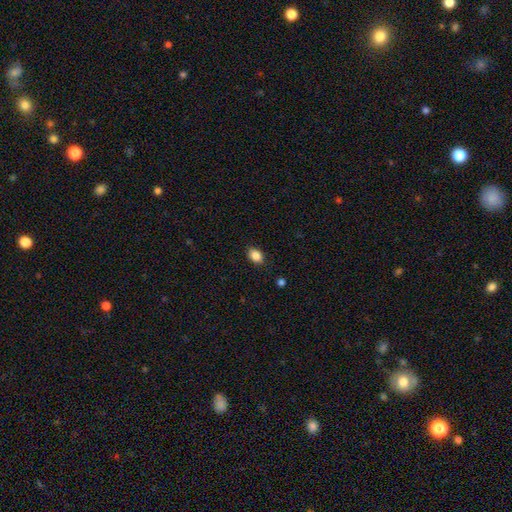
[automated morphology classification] smooth-or-featured: smooth: 87% | star or artifact: 9% | featured or disk: 5%
  how-rounded: in between: 78% | round: 20% | cigar-shaped: 1%
  merging: none: 88% | minor disturbance: 9% | major disturbance: 2% | merger: 1%